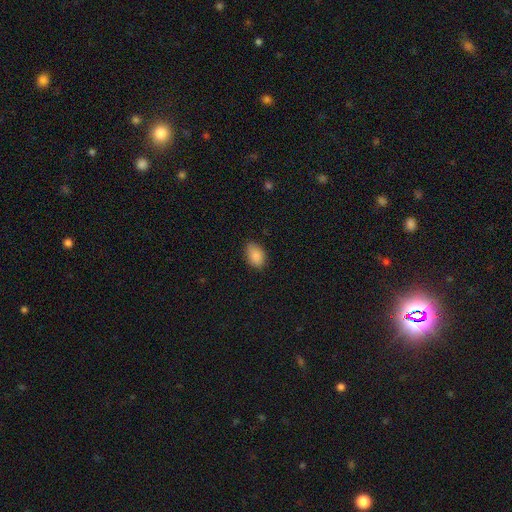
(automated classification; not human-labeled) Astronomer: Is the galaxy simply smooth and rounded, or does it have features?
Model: smooth — 88%.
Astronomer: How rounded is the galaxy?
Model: in between — 85%.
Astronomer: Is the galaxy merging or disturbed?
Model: none — 80%.